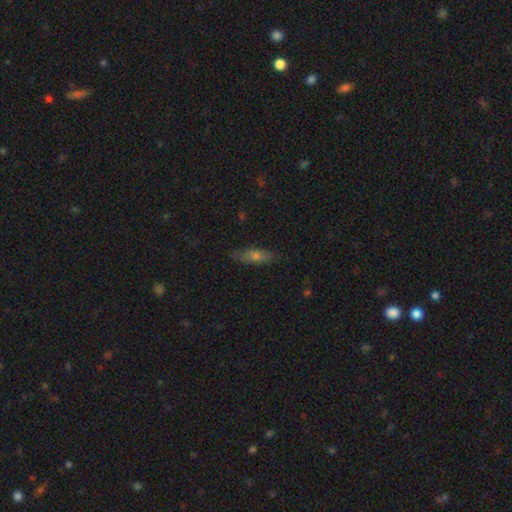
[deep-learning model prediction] This is possibly a smooth galaxy (59%). How rounded: possibly cigar-shaped (58%). Merging: clearly none (84%).